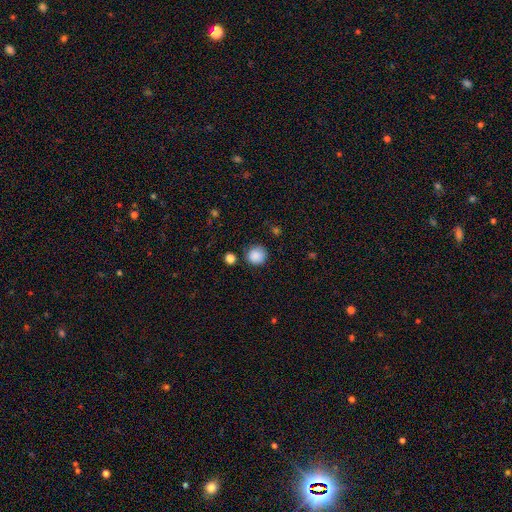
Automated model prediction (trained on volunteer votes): The model was most divided on "merging": none: 83%, minor disturbance: 11%, merger: 3%, major disturbance: 3%. More confident: how rounded — round (93%); smooth or featured — smooth (87%).